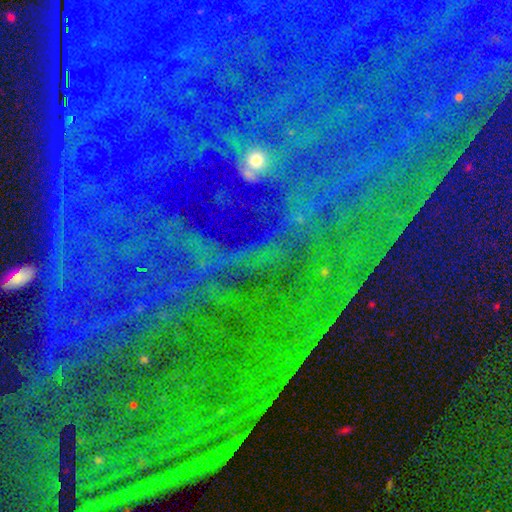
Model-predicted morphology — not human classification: smooth-or-featured: star or artifact: 84% | featured or disk: 8% | smooth: 7%